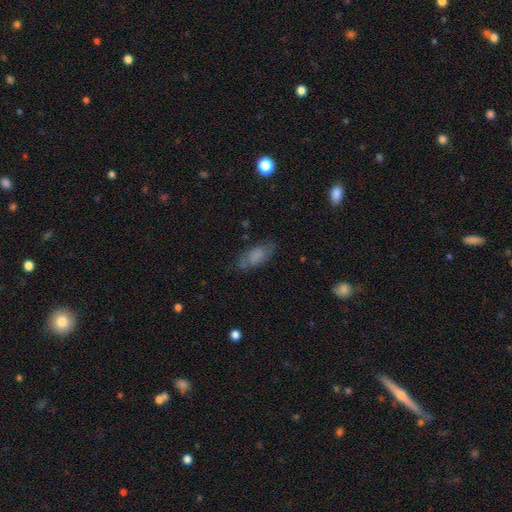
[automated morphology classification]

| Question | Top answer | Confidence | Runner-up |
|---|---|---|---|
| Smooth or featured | smooth | 68% | featured or disk (22%) |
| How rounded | in between | 79% | cigar-shaped (18%) |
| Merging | none | 73% | minor disturbance (19%) |